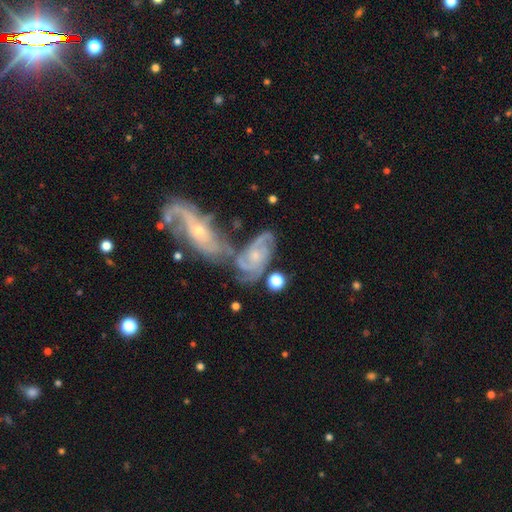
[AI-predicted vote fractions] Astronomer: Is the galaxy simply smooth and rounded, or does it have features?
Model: featured or disk — 86%.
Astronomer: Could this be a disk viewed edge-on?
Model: no — 95%.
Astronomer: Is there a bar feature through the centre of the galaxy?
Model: no — 67%.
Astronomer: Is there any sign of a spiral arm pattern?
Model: yes — 96%.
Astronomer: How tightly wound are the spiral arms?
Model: tight — 46% (runner-up: medium, 42%).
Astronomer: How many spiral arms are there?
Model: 3 — 32% (runner-up: 2, 31%).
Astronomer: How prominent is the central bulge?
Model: small — 68%.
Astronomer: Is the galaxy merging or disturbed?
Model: merger — 47% (runner-up: none, 30%).